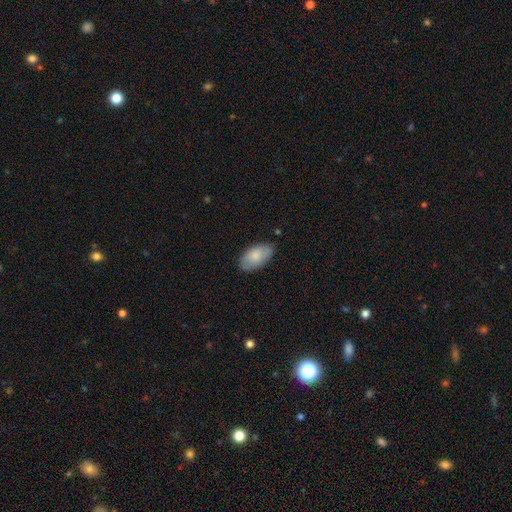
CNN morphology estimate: Overall: smooth (80%). How rounded: in between (95%). Merging: none (80%).